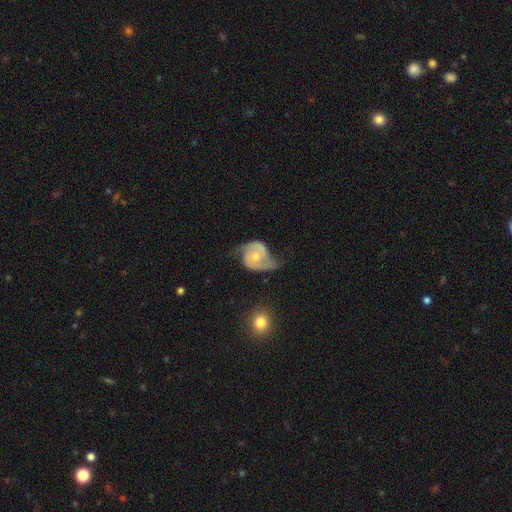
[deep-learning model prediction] The model was most divided on "spiral winding": medium: 43%, loose: 39%, tight: 18%. Remaining: edge-on disk — no (97%); spiral arms — yes (93%); spiral arm count — 2 (88%); smooth or featured — featured or disk (80%); bar — no (71%); bulge size — moderate (50%); merging — none (46%).